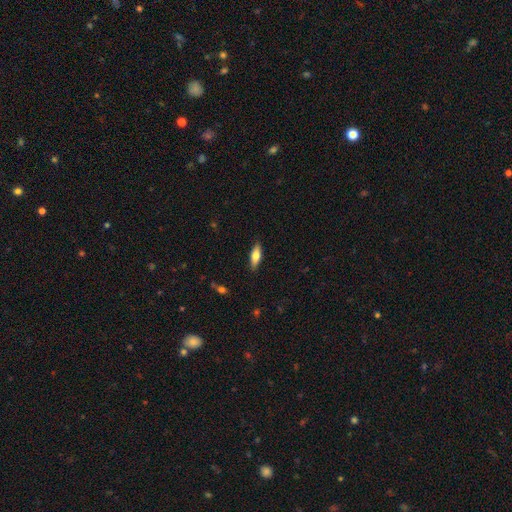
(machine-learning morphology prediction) The model was most divided on "how rounded": in between: 62%, cigar-shaped: 36%, round: 2%. More confident: merging — none (87%); smooth or featured — smooth (66%).